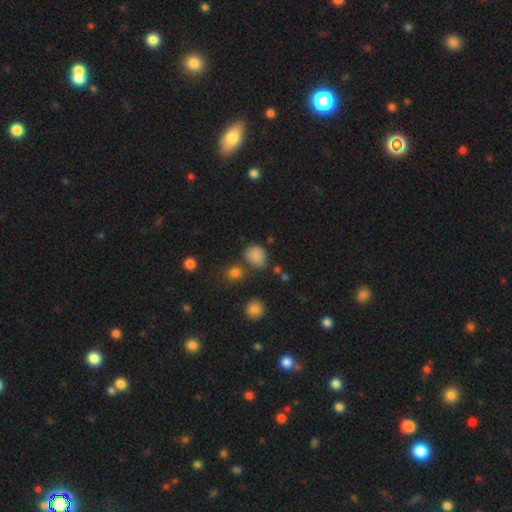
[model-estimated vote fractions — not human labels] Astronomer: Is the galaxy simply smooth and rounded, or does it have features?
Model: smooth — 79%.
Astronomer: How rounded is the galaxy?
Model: round — 55% (runner-up: in between, 44%).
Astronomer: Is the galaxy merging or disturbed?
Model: none — 62%.